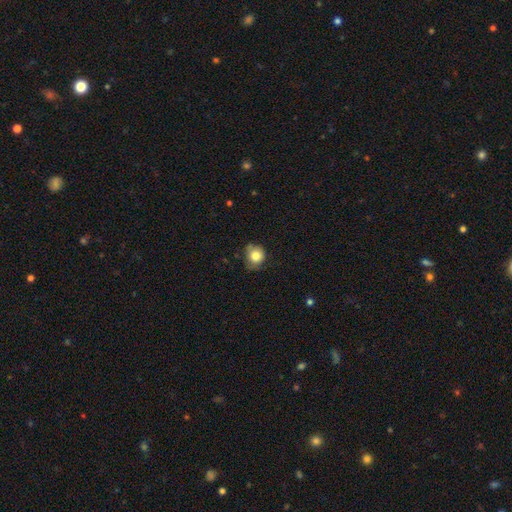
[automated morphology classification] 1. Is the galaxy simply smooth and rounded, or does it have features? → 81% smooth, 10% featured or disk, 9% star or artifact.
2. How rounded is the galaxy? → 82% round, 17% in between, 1% cigar-shaped.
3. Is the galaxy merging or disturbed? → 59% none, 31% minor disturbance, 7% major disturbance, 2% merger.